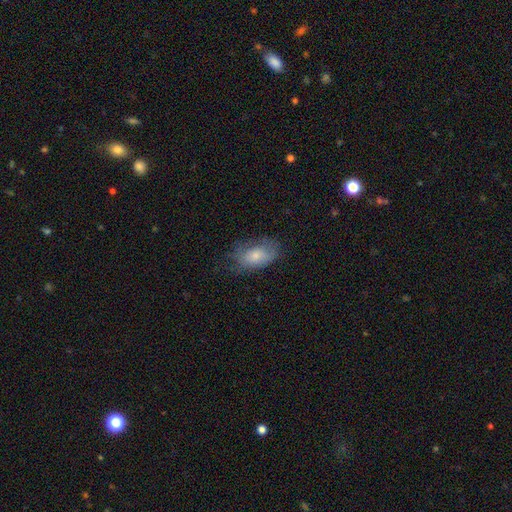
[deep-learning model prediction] smooth 69%, featured or disk 23%, star or artifact 8%. Down the decision tree: how rounded — in between (89%); merging — none (53%).